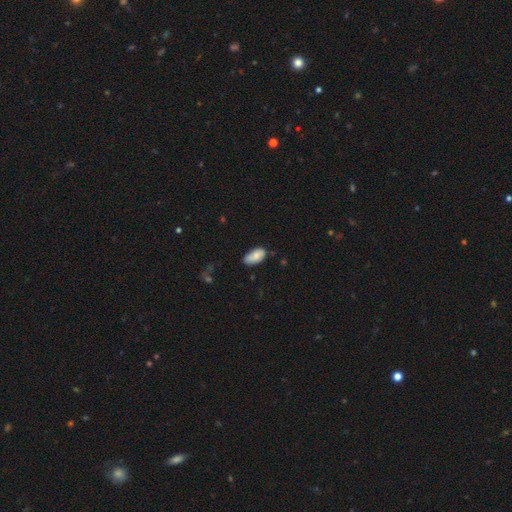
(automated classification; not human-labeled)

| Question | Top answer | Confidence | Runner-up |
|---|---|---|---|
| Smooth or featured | smooth | 76% | featured or disk (17%) |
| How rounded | in between | 94% | cigar-shaped (3%) |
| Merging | none | 66% | minor disturbance (27%) |